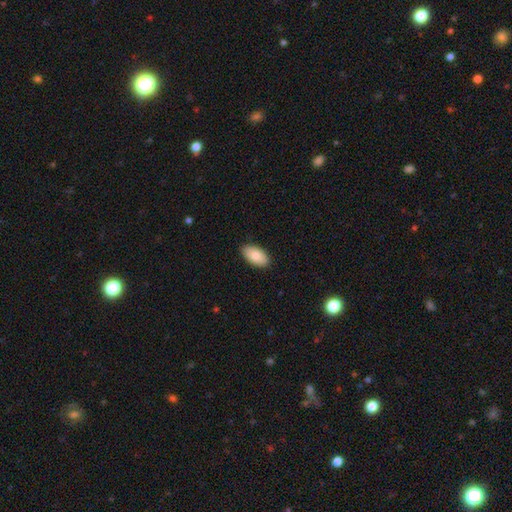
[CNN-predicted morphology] A smooth galaxy with no disk features (85%) that is in between round and cigar-shaped (95%).

Vote fractions:
- Smooth or featured? smooth: 85% / featured or disk: 9% / star or artifact: 6%
- How rounded? in between: 95% / round: 3% / cigar-shaped: 2%
- Merging? none: 88% / minor disturbance: 9% / major disturbance: 2% / merger: 1%